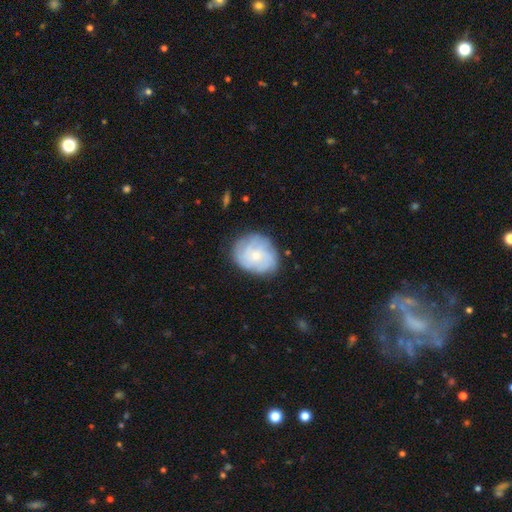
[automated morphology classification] Smooth or featured? Predicted: featured or disk (p=0.54). Edge-on disk? Predicted: no (p=0.98). Bar? Predicted: no (p=0.79). Spiral arms? Predicted: yes (p=0.83). Bulge size? Predicted: small (p=0.60). Merging? Predicted: none (p=0.77).